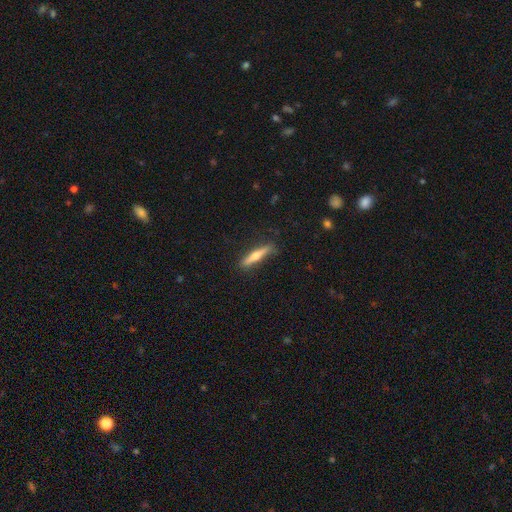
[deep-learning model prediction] A featured or disk galaxy (48%). Merging: none (83%).